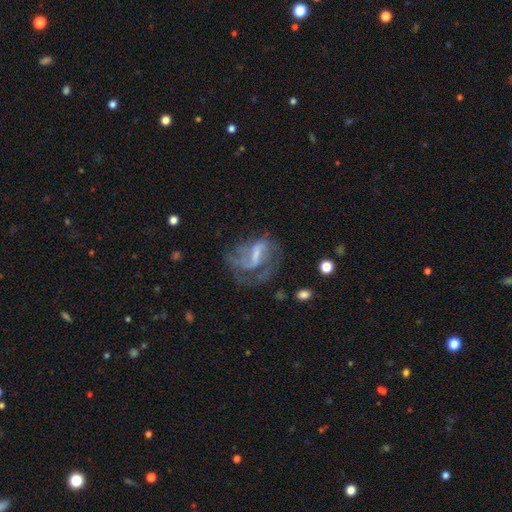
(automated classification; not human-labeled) Smooth or featured? featured or disk (72%)
Edge-on disk? no (95%)
Bar? weak (41%)
Spiral arms? yes (74%)
Spiral winding? medium (41%)
Spiral arm count? 2 (40%)
Bulge size? none (40%)
Merging? none (38%)